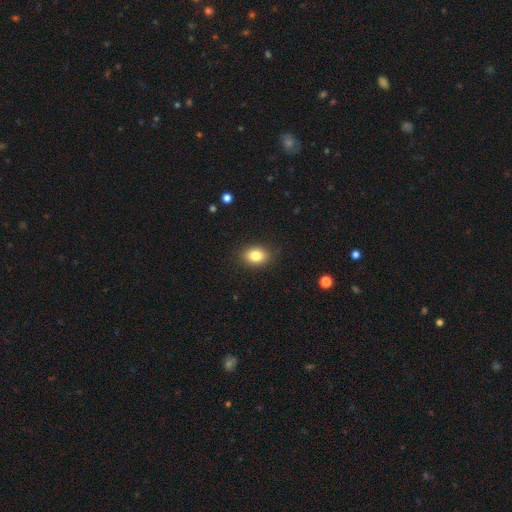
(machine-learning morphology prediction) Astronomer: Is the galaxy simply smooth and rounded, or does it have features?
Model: smooth — 83%.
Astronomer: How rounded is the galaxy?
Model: in between — 73%.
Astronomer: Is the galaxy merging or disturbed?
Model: none — 88%.